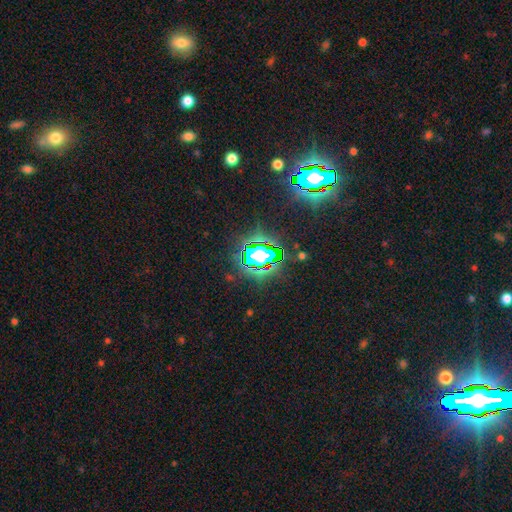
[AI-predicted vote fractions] A star or artifact, not a galaxy (78%).

Vote fractions:
- Smooth or featured? star or artifact: 78% / smooth: 12% / featured or disk: 10%